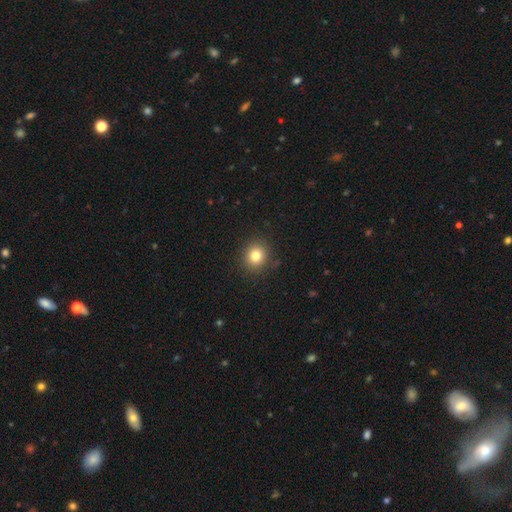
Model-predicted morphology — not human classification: smooth_or_featured: smooth (p=0.80) [alt: star or artifact p=0.12]
how_rounded: round (p=0.84) [alt: in between p=0.15]
merging: none (p=0.90) [alt: minor disturbance p=0.07]